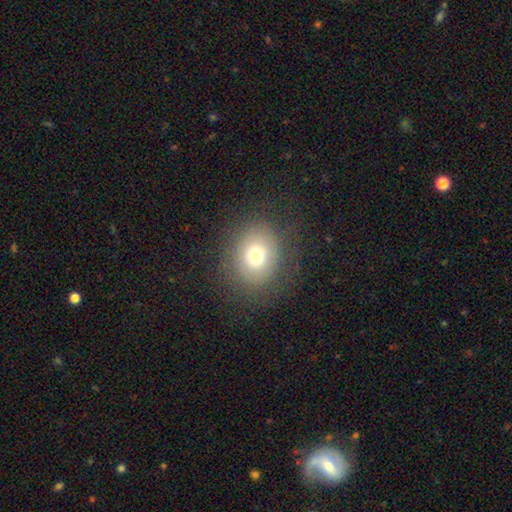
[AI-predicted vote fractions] The model was most divided on "how rounded": round: 67%, in between: 32%, cigar-shaped: 1%. More confident: merging — none (80%); smooth or featured — smooth (71%).